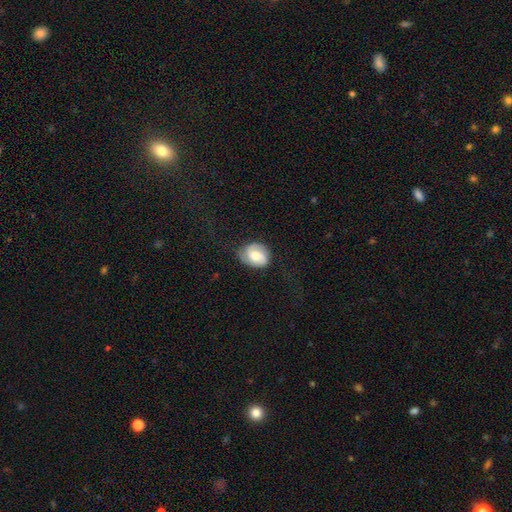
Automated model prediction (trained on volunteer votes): This is possibly a featured or disk galaxy (55%). It is clearly not viewed edge-on (97%). Bar: possibly no (51%). Spiral arm pattern: clearly yes (89%). Central bulge: possibly moderate (57%). Merging: likely none (68%).